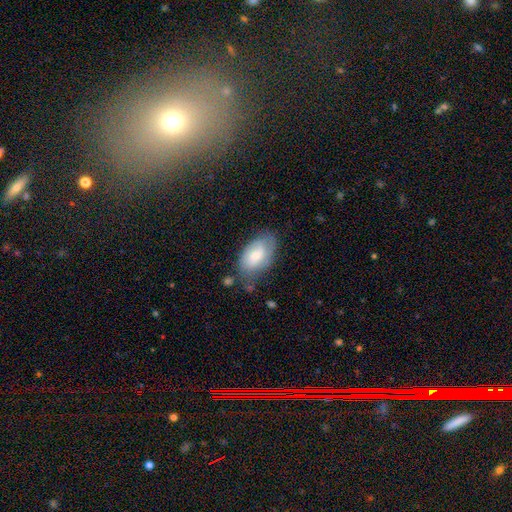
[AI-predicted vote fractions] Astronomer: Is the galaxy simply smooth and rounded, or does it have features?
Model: smooth — 63%.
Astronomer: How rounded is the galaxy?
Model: in between — 94%.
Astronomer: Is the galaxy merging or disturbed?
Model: none — 57%.